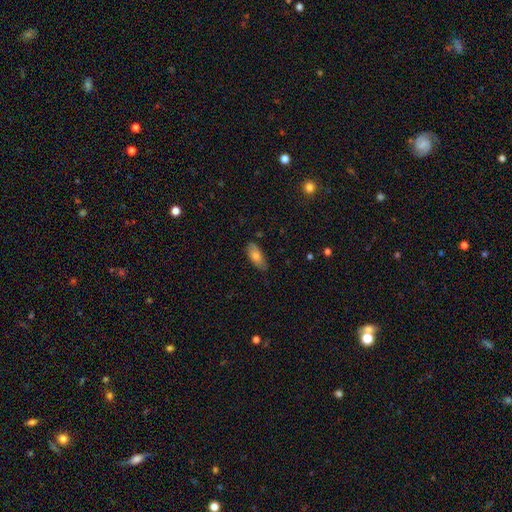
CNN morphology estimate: This appears to be a smooth galaxy with no disk features (75%) that is in between round and cigar-shaped (86%). Merging: none (78%).